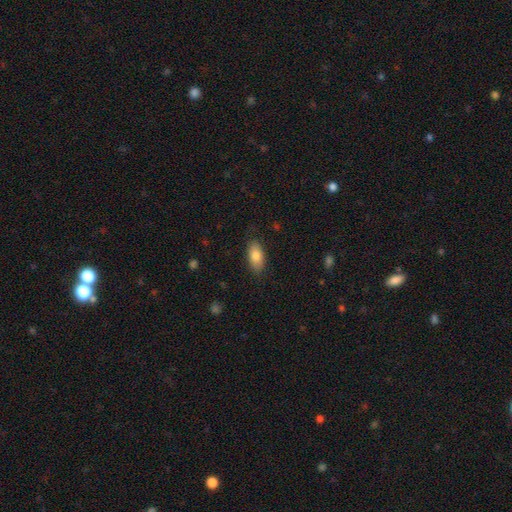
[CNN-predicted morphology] smooth 82%, featured or disk 11%, star or artifact 7%. Down the decision tree: how rounded — in between (88%); merging — none (84%).